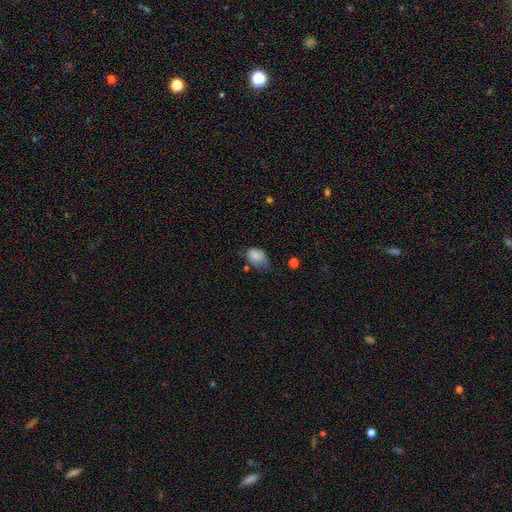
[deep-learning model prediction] Morphology: type=smooth (80%); roundness=in between (71%); merging=minor disturbance (42%).